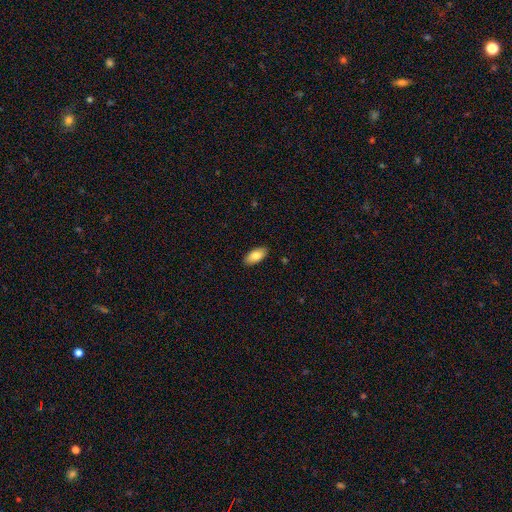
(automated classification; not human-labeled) Smooth or featured? smooth (84%)
How rounded? in between (92%)
Merging? none (89%)